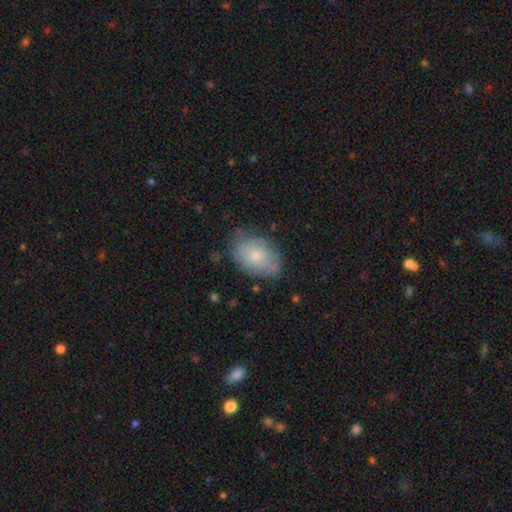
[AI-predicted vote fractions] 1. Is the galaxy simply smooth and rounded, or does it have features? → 71% smooth, 22% featured or disk, 7% star or artifact.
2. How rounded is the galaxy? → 84% in between, 15% round, 1% cigar-shaped.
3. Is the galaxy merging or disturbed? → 69% none, 23% minor disturbance, 6% major disturbance, 2% merger.